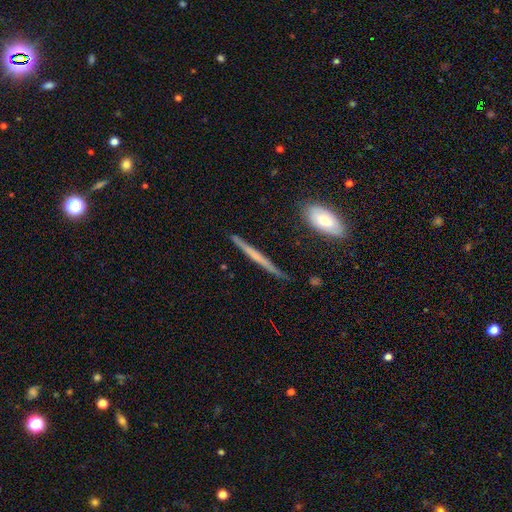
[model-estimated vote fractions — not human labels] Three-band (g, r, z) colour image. It shows a featured or disk galaxy (55%) viewed edge-on (95%) with no central bulge (74%). Merging: none (85%).